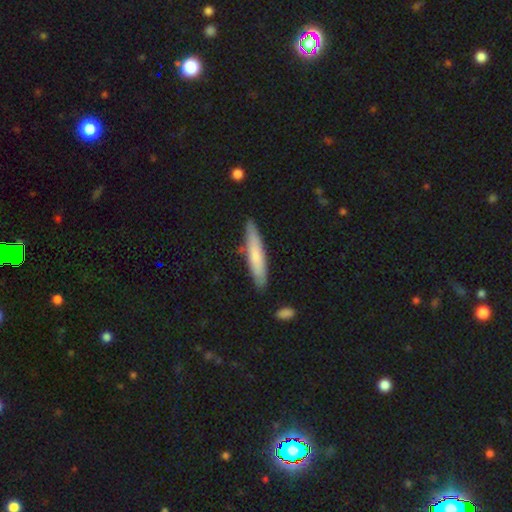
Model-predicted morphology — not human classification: smooth_or_featured: smooth (p=0.68) [alt: featured or disk p=0.26]
how_rounded: cigar-shaped (p=0.89) [alt: in between p=0.10]
merging: none (p=0.82) [alt: minor disturbance p=0.13]